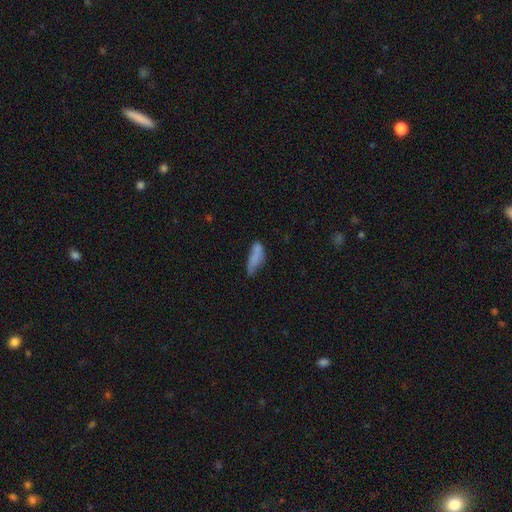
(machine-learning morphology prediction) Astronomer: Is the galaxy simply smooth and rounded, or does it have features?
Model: smooth — 73%.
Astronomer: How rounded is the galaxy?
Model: in between — 61%.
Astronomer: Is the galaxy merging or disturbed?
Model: none — 39% (runner-up: minor disturbance, 34%).